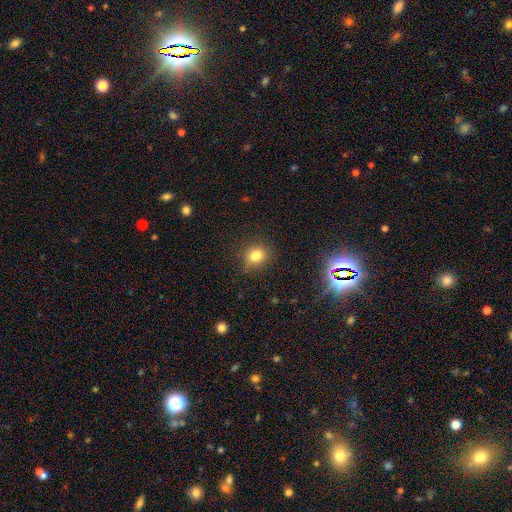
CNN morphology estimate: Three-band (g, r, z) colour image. It shows a smooth galaxy with no disk features (80%) that is round (70%). Merging: none (84%).